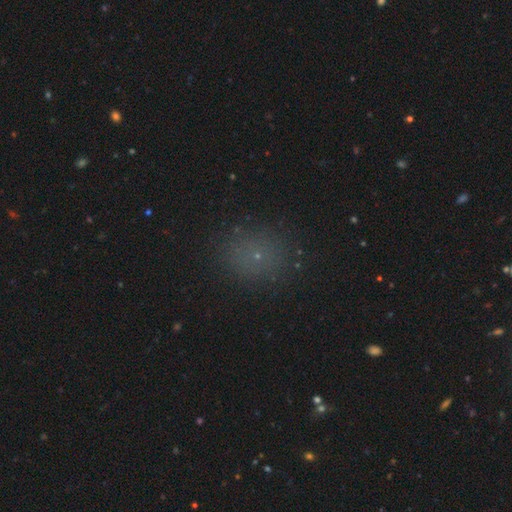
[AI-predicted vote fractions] smooth 62%, star or artifact 30%, featured or disk 9%. Down the decision tree: how rounded — round (76%); merging — none (87%).